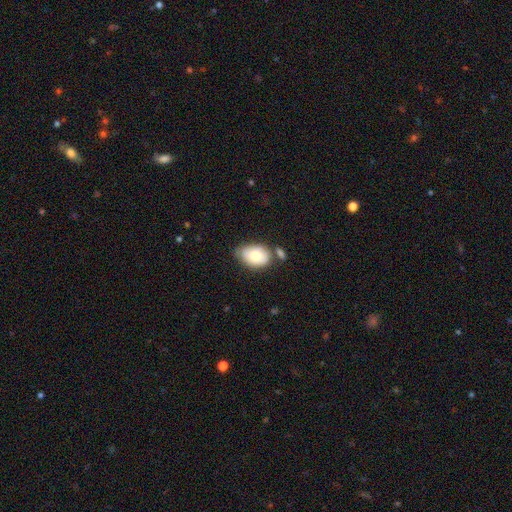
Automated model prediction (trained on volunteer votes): A smooth galaxy with no disk features (73%) that is in between round and cigar-shaped (84%).

Vote fractions:
- Smooth or featured? smooth: 73% / featured or disk: 20% / star or artifact: 7%
- How rounded? in between: 84% / round: 15% / cigar-shaped: 1%
- Merging? none: 50% / minor disturbance: 27% / merger: 16% / major disturbance: 7%